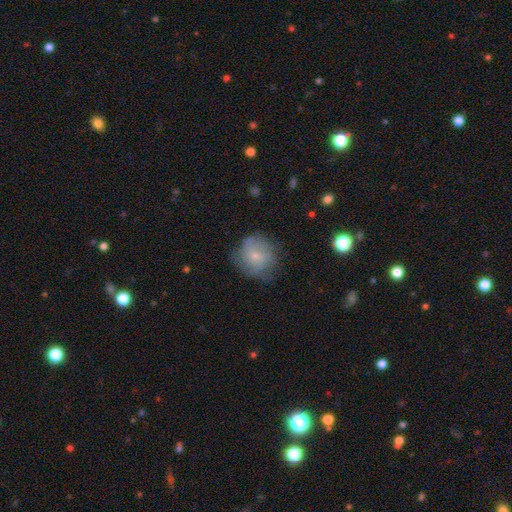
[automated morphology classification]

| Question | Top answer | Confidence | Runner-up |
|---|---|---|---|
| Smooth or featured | smooth | 56% | featured or disk (36%) |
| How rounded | round | 82% | in between (17%) |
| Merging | none | 66% | minor disturbance (24%) |